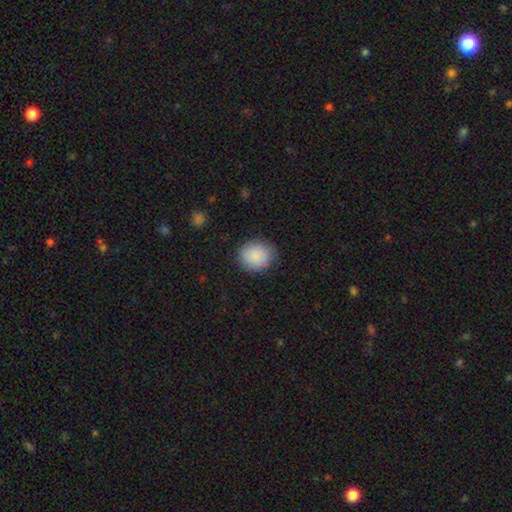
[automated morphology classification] This appears to be a smooth galaxy with no disk features (88%) that is round (78%). Merging: none (85%).